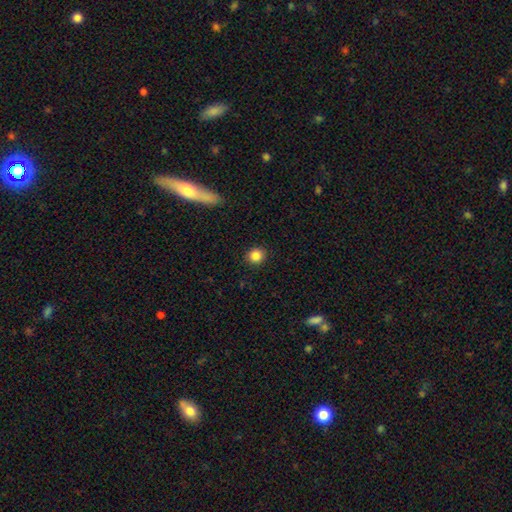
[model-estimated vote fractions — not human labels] A smooth galaxy with no disk features (86%) that is round (88%). Merging: none (91%).